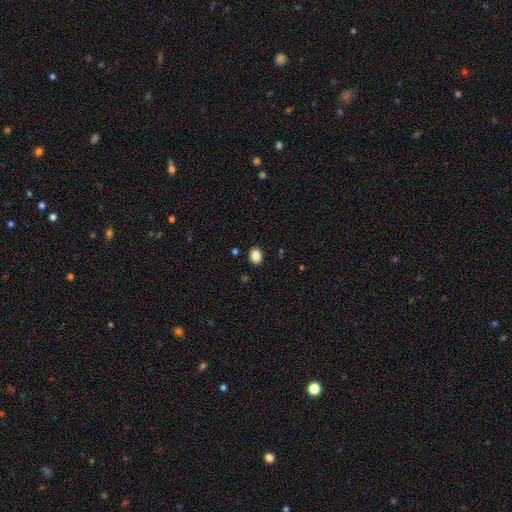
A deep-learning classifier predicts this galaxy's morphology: smooth 88%, star or artifact 9%, featured or disk 4%. Down the decision tree: how rounded — in between (69%); merging — none (89%).